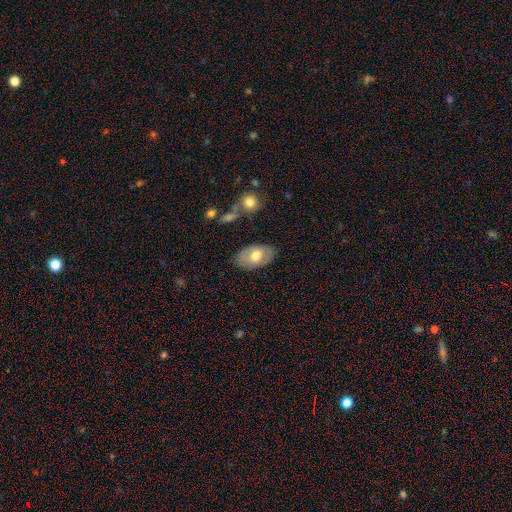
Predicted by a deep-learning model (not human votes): Smooth or featured? smooth (59%)
How rounded? in between (92%)
Merging? none (79%)